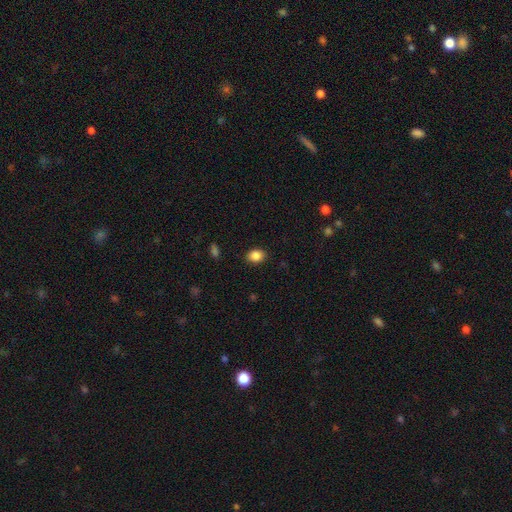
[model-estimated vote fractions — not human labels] smooth 87%, star or artifact 9%, featured or disk 4%. Down the decision tree: how rounded — in between (66%); merging — none (88%).